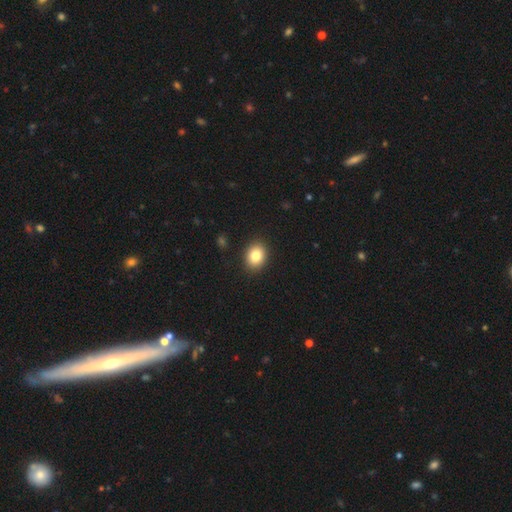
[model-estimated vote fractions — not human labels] Smooth or featured? smooth (84%)
How rounded? in between (51%)
Merging? none (90%)